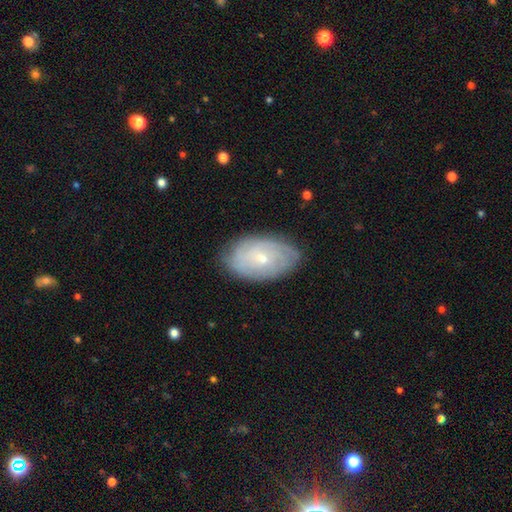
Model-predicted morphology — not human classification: type=featured or disk (60%); edge-on=no (93%); bar=no (75%); spiral arms=yes (76%); bulge=small (74%); merging=none (82%).